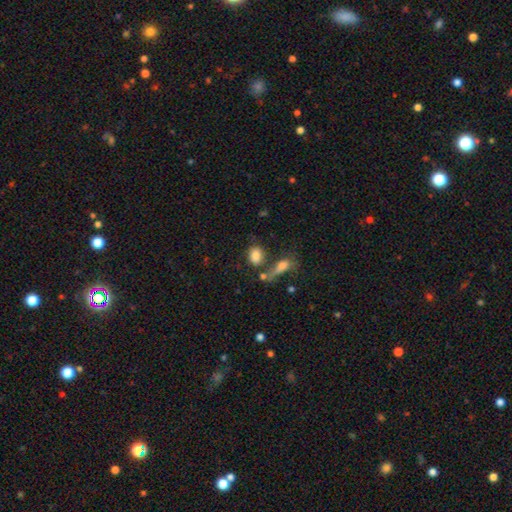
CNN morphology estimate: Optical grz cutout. It shows a smooth galaxy with no disk features (81%) that is in between round and cigar-shaped (75%). Merging: none (52%).